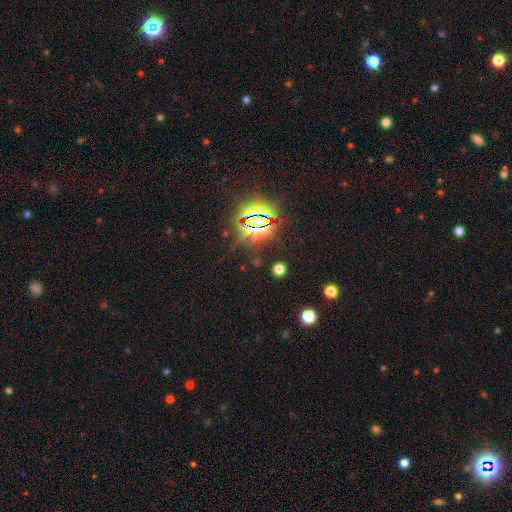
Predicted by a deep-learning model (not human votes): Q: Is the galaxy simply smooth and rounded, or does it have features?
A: star or artifact — 83%.